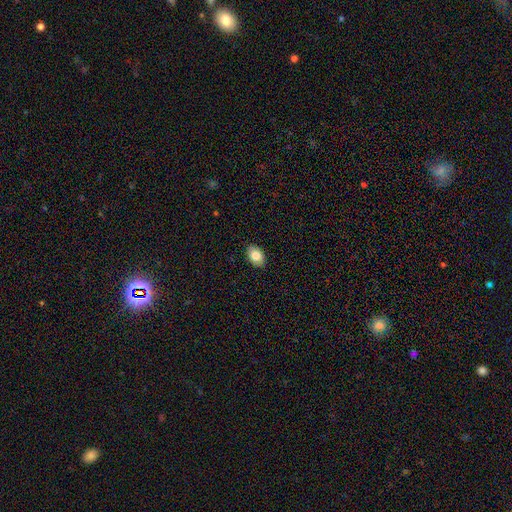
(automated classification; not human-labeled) Smooth or featured? smooth (81%)
How rounded? in between (84%)
Merging? none (89%)